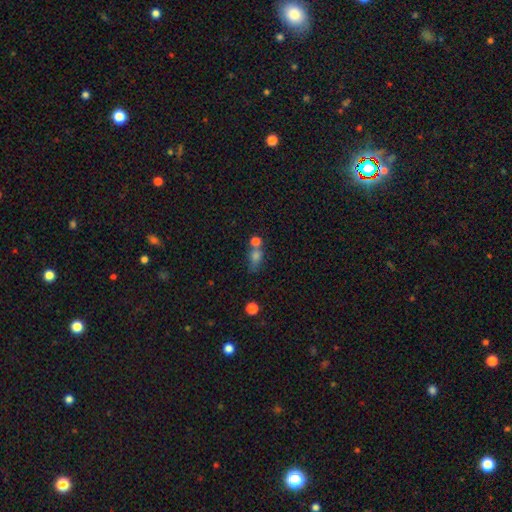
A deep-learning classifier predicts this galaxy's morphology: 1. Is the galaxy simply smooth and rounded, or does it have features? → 70% smooth, 16% star or artifact, 14% featured or disk.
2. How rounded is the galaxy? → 51% in between, 39% round, 9% cigar-shaped.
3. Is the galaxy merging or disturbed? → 43% none, 36% merger, 14% minor disturbance, 7% major disturbance.